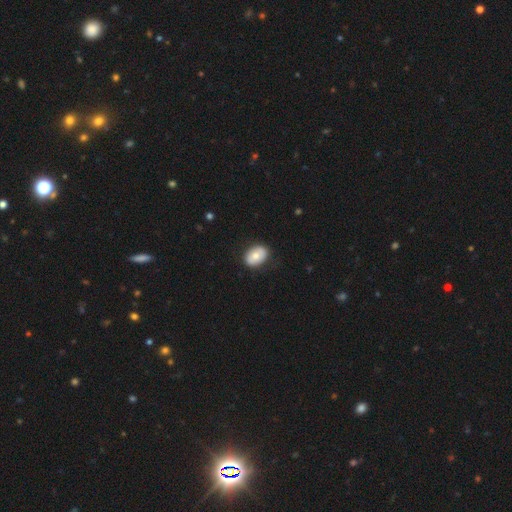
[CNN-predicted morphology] A smooth galaxy with no disk features (73%) that is in between round and cigar-shaped (82%).

Vote fractions:
- Smooth or featured? smooth: 73% / featured or disk: 21% / star or artifact: 7%
- How rounded? in between: 82% / round: 17% / cigar-shaped: 1%
- Merging? none: 83% / minor disturbance: 13% / major disturbance: 3% / merger: 1%